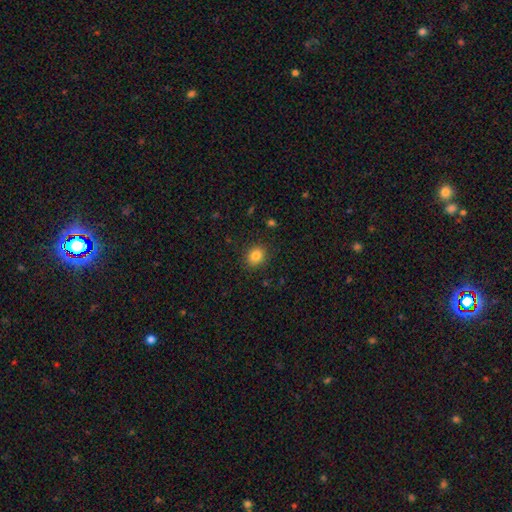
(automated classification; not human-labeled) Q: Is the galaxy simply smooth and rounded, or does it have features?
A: smooth — 84%.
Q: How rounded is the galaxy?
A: round — 59%.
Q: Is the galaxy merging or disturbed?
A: none — 88%.